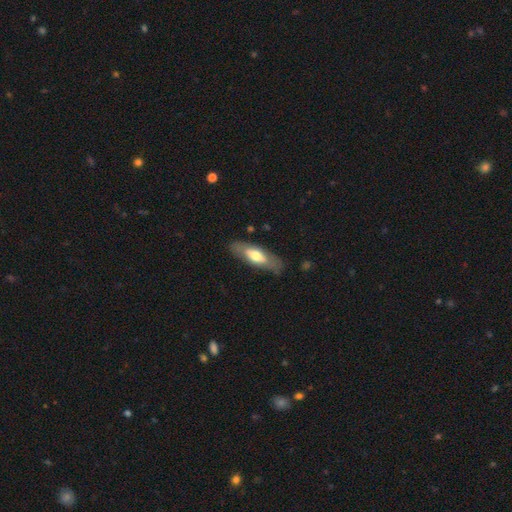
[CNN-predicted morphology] This is possibly a smooth galaxy (55%). How rounded: likely in between (61%). Merging: clearly none (80%).